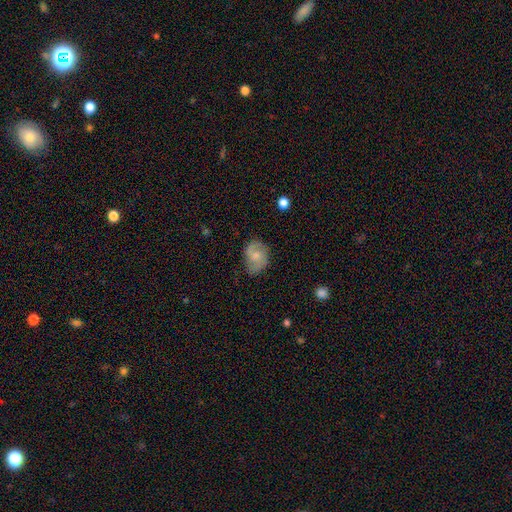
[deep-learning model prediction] smooth_or_featured: featured or disk (p=0.48) [alt: smooth p=0.45]
merging: none (p=0.62) [alt: minor disturbance p=0.27]